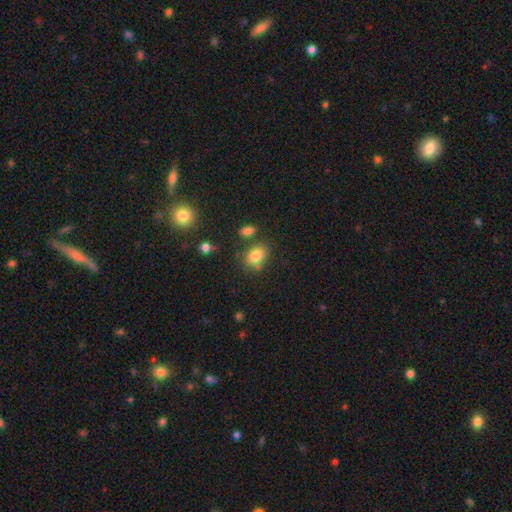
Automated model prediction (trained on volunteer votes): Overall: smooth (82%). How rounded: in between (66%; round 32%). Merging: none (70%).